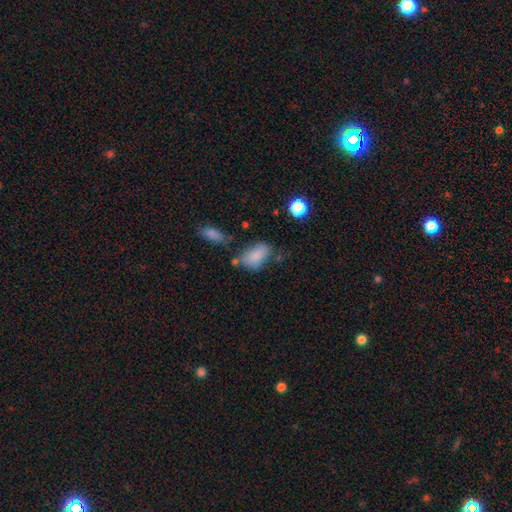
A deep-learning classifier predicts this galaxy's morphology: A smooth galaxy with no disk features (83%) that is in between round and cigar-shaped (91%). Merging: none (53%).